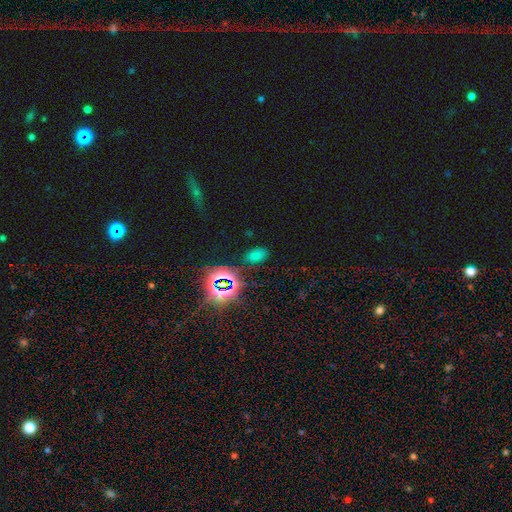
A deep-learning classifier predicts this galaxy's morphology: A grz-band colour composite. It shows a smooth galaxy with no disk features (56%) that is in between round and cigar-shaped (87%). Merging: none (79%).